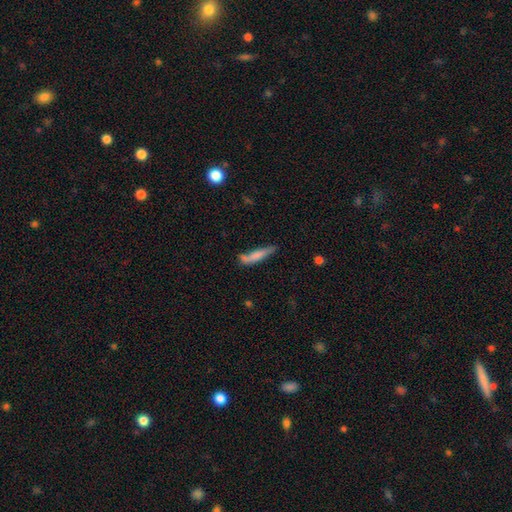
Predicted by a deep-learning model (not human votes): A smooth galaxy with no disk features (71%) that is cigar-shaped (85%). Merging: none (53%).